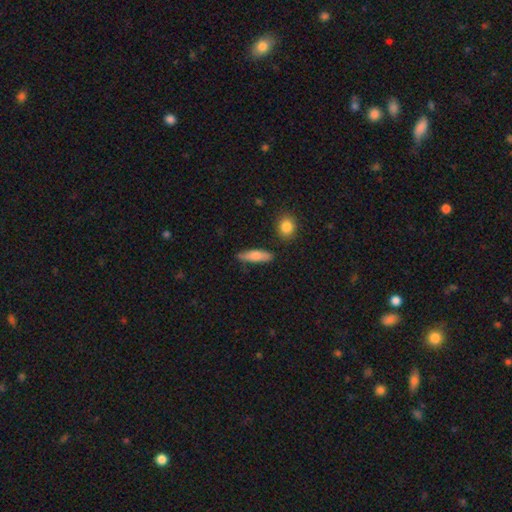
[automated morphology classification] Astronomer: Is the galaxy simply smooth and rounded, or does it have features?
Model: smooth — 72%.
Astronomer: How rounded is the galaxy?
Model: cigar-shaped — 57% (runner-up: in between, 40%).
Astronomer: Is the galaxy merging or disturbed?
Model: none — 80%.